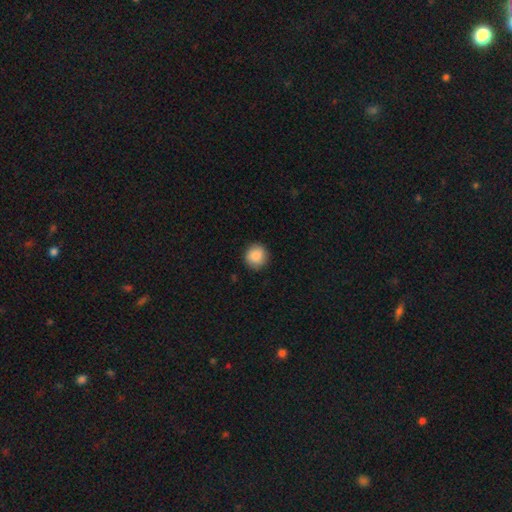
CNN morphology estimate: Smooth or featured?
  - smooth: 88% *
  - star or artifact: 8%
  - featured or disk: 5%
How rounded?
  - round: 90% *
  - in between: 9%
  - cigar-shaped: 1%
Merging?
  - none: 89% *
  - minor disturbance: 8%
  - major disturbance: 2%
  - merger: 1%